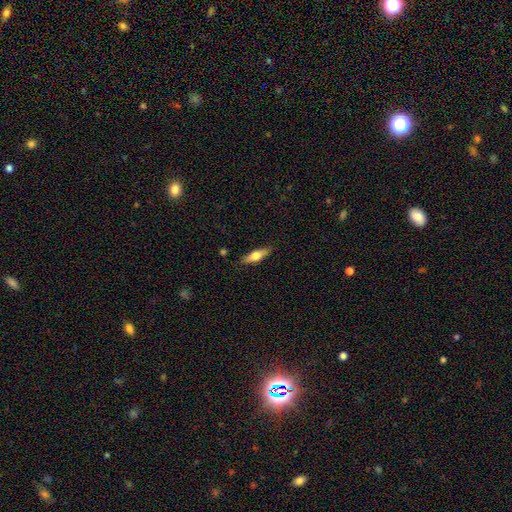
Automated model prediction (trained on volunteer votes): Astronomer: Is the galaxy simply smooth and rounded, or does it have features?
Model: smooth — 62%.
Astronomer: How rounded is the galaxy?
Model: cigar-shaped — 53% (runner-up: in between, 44%).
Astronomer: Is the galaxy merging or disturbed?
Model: none — 85%.